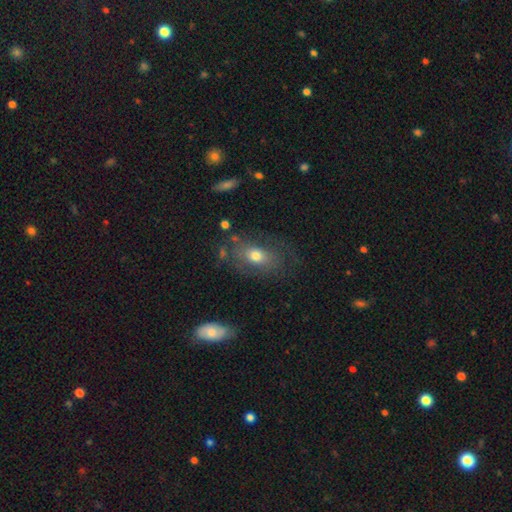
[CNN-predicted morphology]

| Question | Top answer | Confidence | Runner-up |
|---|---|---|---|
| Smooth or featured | smooth | 63% | featured or disk (27%) |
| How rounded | in between | 79% | round (18%) |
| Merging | none | 60% | minor disturbance (21%) |